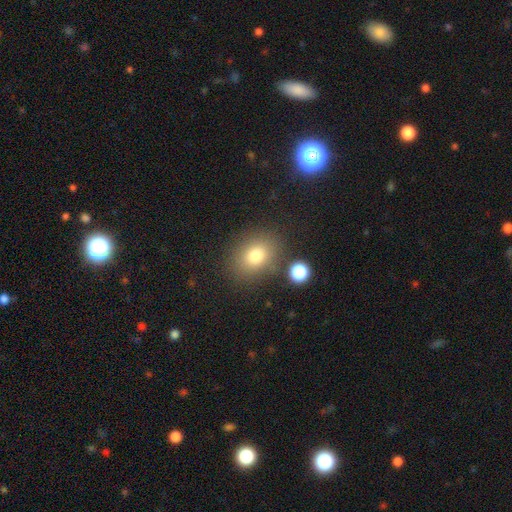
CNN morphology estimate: smooth 79%, star or artifact 12%, featured or disk 10%. Down the decision tree: how rounded — in between (59%); merging — none (78%).